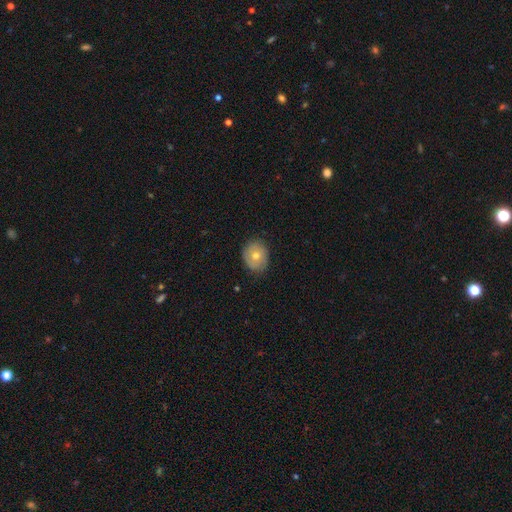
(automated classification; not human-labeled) Q: Smooth or featured?
A: smooth (53%); runner-up: featured or disk (38%)
Q: How rounded?
A: round (56%); runner-up: in between (43%)
Q: Merging?
A: none (82%); runner-up: minor disturbance (14%)